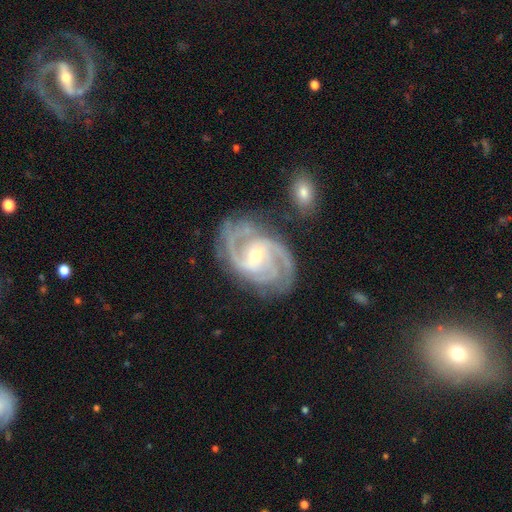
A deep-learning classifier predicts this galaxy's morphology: type=featured or disk (93%); edge-on=no (98%); bar=weak (45%); spiral arms=yes (99%); winding=tight (49%); arm count=3 (38%); bulge=small (51%); merging=none (73%).